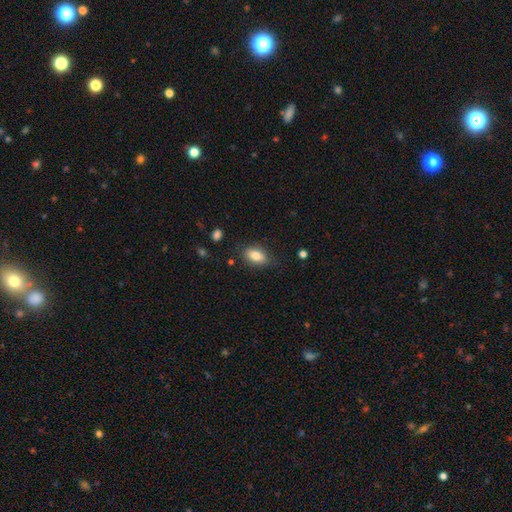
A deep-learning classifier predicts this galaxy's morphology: Overall: smooth (83%). How rounded: in between (88%). Merging: none (80%).